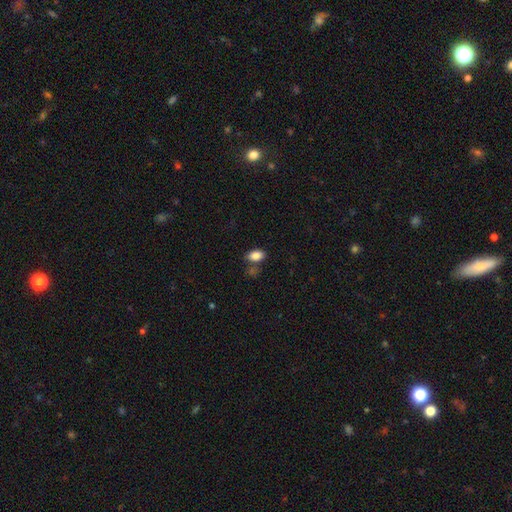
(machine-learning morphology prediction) This appears to be a smooth galaxy with no disk features (86%) that is in between round and cigar-shaped (90%). Merging: none (67%).